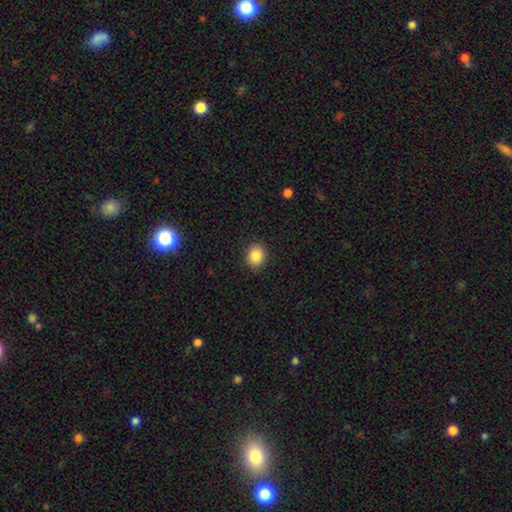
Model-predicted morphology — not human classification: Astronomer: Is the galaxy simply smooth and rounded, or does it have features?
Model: smooth — 85%.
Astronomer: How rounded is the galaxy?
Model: round — 67%.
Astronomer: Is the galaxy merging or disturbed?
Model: none — 90%.